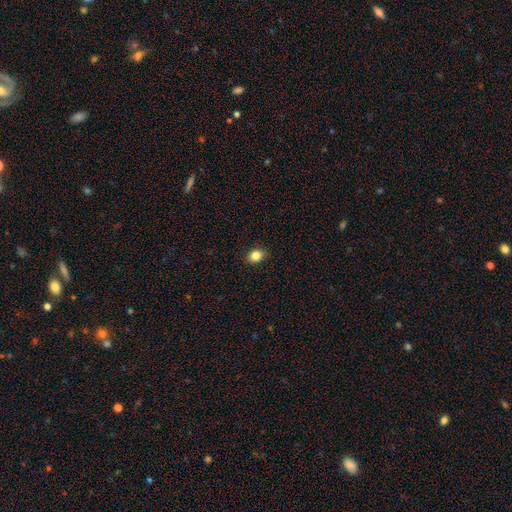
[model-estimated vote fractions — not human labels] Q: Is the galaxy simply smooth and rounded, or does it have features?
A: smooth — 84%.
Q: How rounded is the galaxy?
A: in between — 59%.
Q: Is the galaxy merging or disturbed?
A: none — 90%.